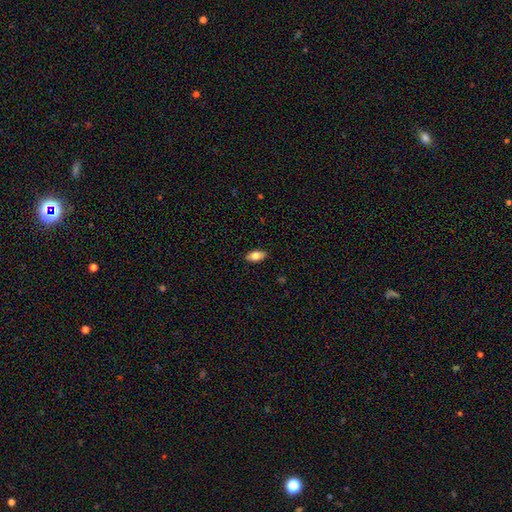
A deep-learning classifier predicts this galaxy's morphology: Smooth or featured? smooth (79%)
How rounded? in between (91%)
Merging? none (89%)